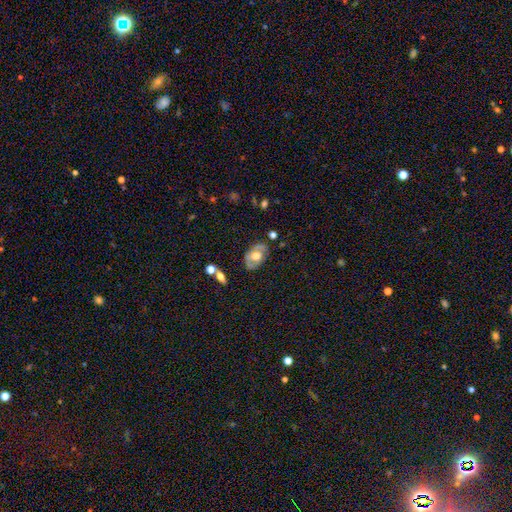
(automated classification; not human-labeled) Q: Smooth or featured?
A: featured or disk (53%); runner-up: smooth (40%)
Q: Edge-on disk?
A: no (90%); runner-up: yes (10%)
Q: Merging?
A: none (72%); runner-up: minor disturbance (19%)